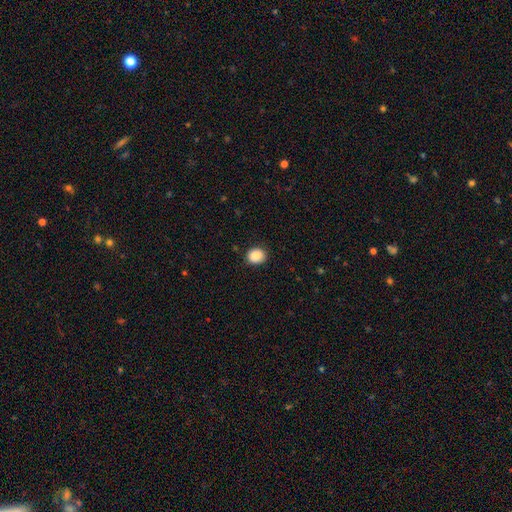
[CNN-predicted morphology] smooth_or_featured: smooth (p=0.88) [alt: star or artifact p=0.09]
how_rounded: round (p=0.64) [alt: in between p=0.35]
merging: none (p=0.88) [alt: minor disturbance p=0.09]